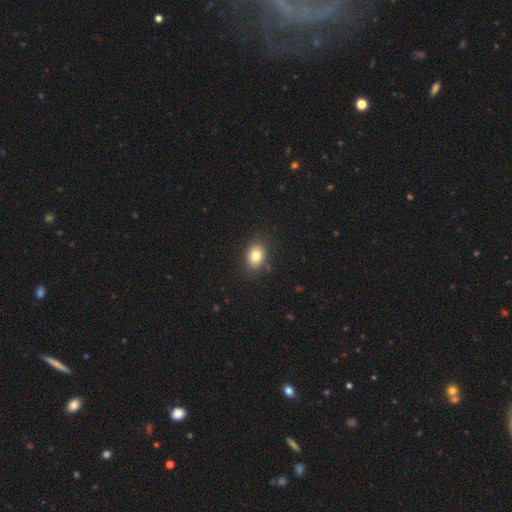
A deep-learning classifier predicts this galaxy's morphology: Q: Smooth or featured?
A: smooth (82%); runner-up: star or artifact (10%)
Q: How rounded?
A: in between (66%); runner-up: round (33%)
Q: Merging?
A: none (86%); runner-up: minor disturbance (10%)